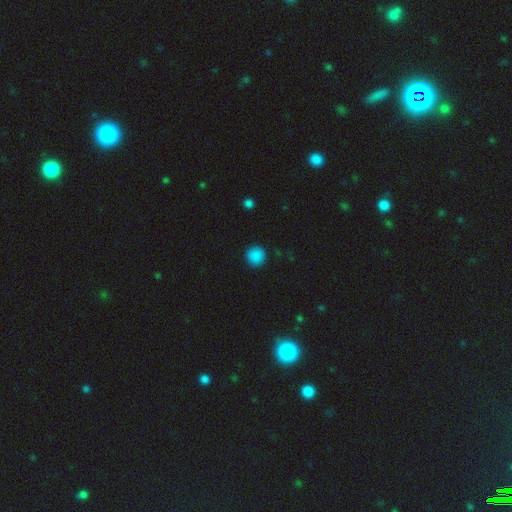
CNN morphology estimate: This is clearly a smooth galaxy (87%). How rounded: clearly round (94%). Merging: clearly none (91%).